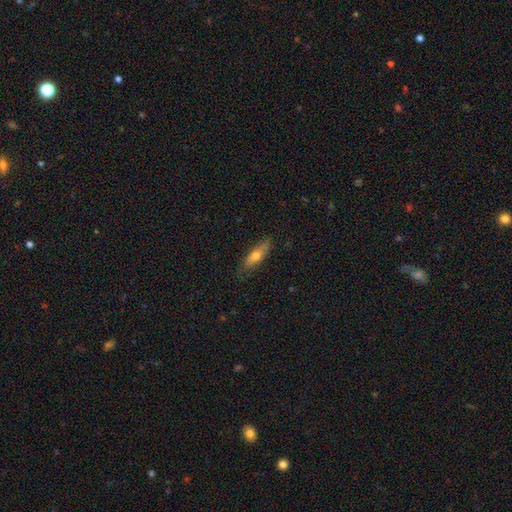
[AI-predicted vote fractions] Smooth or featured?
  - smooth: 59% *
  - featured or disk: 35%
  - star or artifact: 6%
How rounded?
  - cigar-shaped: 62% *
  - in between: 35%
  - round: 3%
Merging?
  - none: 83% *
  - minor disturbance: 13%
  - major disturbance: 3%
  - merger: 1%